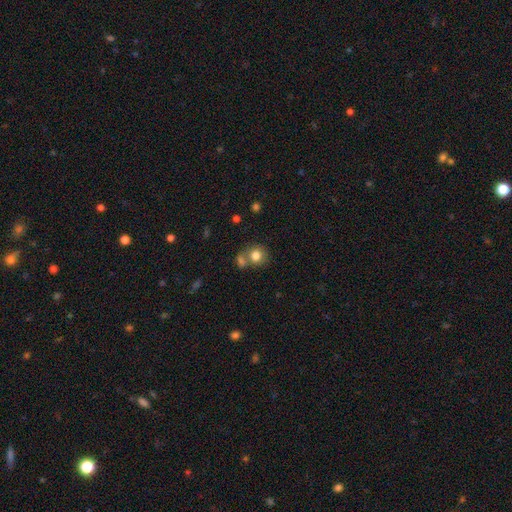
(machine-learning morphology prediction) Smooth or featured?
  - smooth: 80% *
  - star or artifact: 10%
  - featured or disk: 10%
How rounded?
  - round: 83% *
  - in between: 16%
  - cigar-shaped: 1%
Merging?
  - none: 54% *
  - merger: 30%
  - minor disturbance: 11%
  - major disturbance: 5%